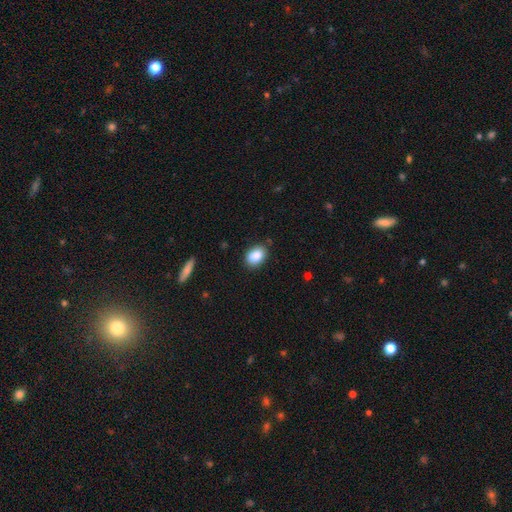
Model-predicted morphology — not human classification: type=smooth (88%); roundness=in between (82%); merging=none (83%).